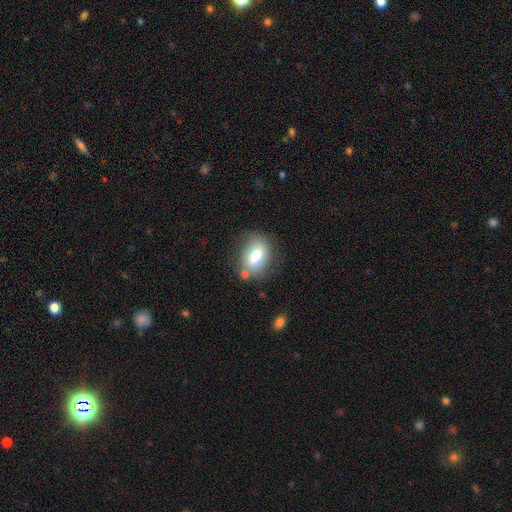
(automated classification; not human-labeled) A smooth galaxy with no disk features (75%) that is in between round and cigar-shaped (73%).

Vote fractions:
- Smooth or featured? smooth: 75% / featured or disk: 17% / star or artifact: 8%
- How rounded? in between: 73% / round: 25% / cigar-shaped: 2%
- Merging? none: 71% / minor disturbance: 17% / merger: 6% / major disturbance: 6%